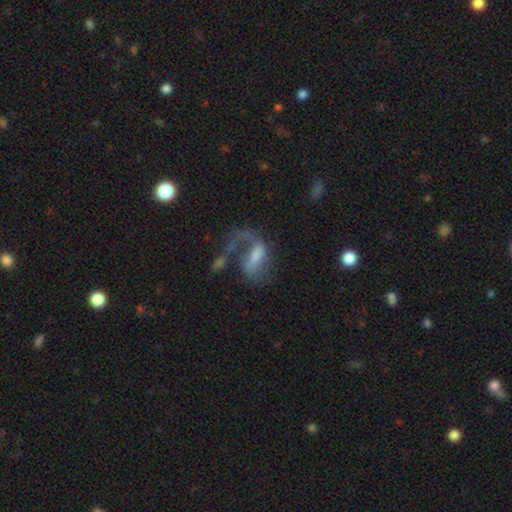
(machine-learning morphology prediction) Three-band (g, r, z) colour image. It shows a featured or disk galaxy (66%) with a weak bar (43%), spiral arms (76%) and a moderate central bulge (31%). Merging: major disturbance (46%).